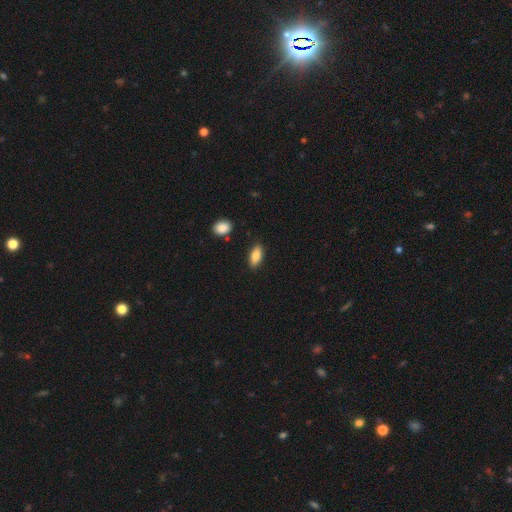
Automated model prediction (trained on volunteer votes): Morphology: type=smooth (85%); roundness=in between (86%); merging=none (86%).